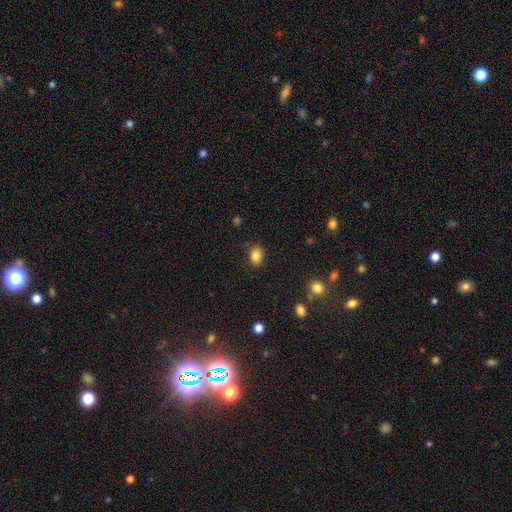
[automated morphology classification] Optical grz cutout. It shows a smooth galaxy with no disk features (84%) that is in between round and cigar-shaped (64%). Merging: none (83%).